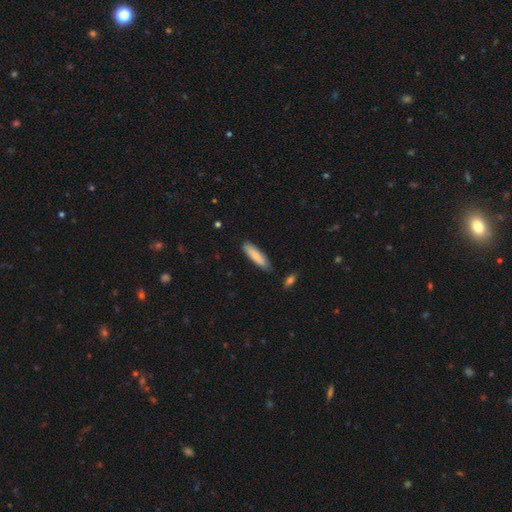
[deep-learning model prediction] Smooth or featured?
  - smooth: 81% *
  - featured or disk: 13%
  - star or artifact: 6%
How rounded?
  - cigar-shaped: 69% *
  - in between: 30%
  - round: 1%
Merging?
  - none: 83% *
  - minor disturbance: 13%
  - merger: 2%
  - major disturbance: 2%